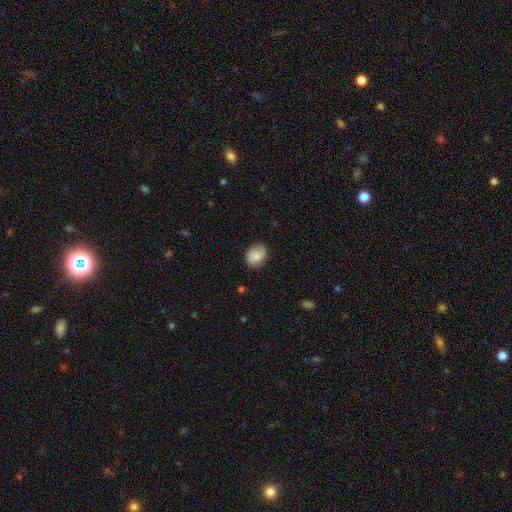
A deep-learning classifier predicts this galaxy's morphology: Smooth or featured? Predicted: smooth (p=0.79). How rounded? Predicted: in between (p=0.54). Merging? Predicted: none (p=0.81).